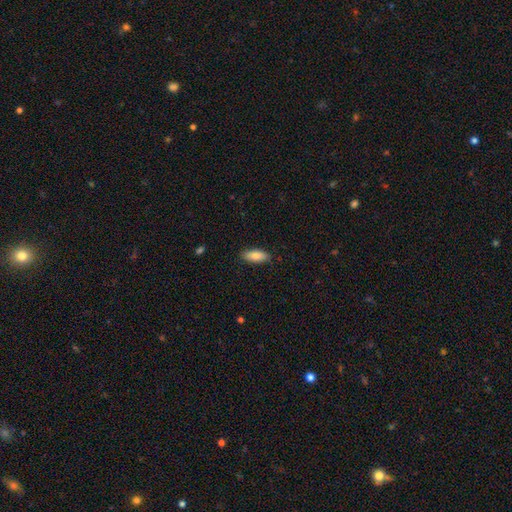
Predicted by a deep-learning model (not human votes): Smooth or featured?
  - smooth: 85% *
  - featured or disk: 8%
  - star or artifact: 6%
How rounded?
  - in between: 75% *
  - cigar-shaped: 23%
  - round: 2%
Merging?
  - none: 86% *
  - minor disturbance: 11%
  - major disturbance: 2%
  - merger: 1%